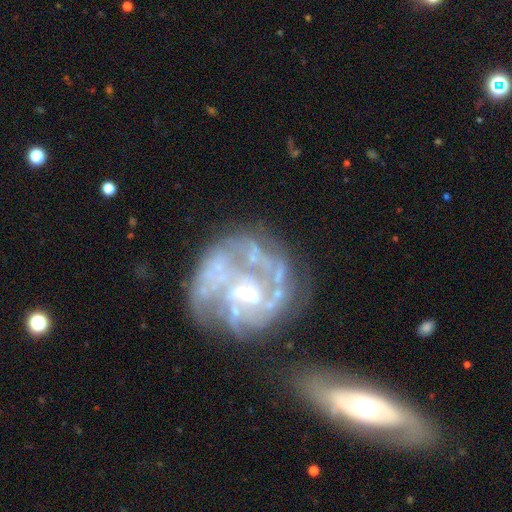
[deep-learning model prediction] This appears to be a featured or disk galaxy (81%) with no bar (57%), tight (48%) spiral arms (75%) and a small central bulge (52%). Merging: none (50%).